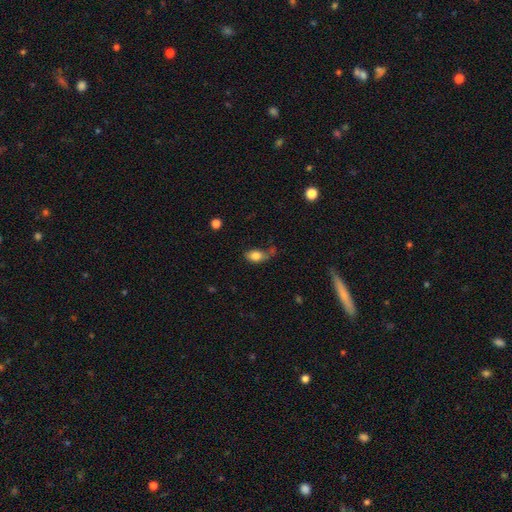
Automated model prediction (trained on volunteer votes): Q: Smooth or featured?
A: smooth (81%); runner-up: featured or disk (10%)
Q: How rounded?
A: in between (85%); runner-up: round (12%)
Q: Merging?
A: none (47%); runner-up: minor disturbance (28%)